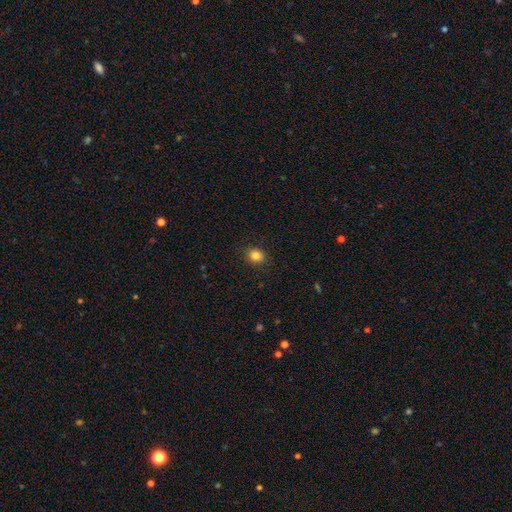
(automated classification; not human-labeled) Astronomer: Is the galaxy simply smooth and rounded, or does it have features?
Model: smooth — 84%.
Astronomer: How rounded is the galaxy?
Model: round — 64%.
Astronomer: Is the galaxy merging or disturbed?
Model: none — 89%.